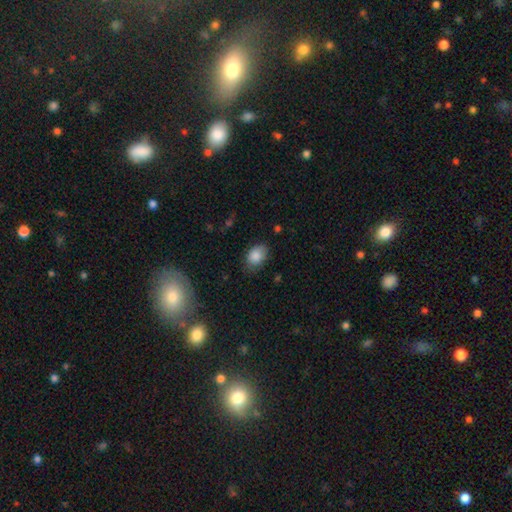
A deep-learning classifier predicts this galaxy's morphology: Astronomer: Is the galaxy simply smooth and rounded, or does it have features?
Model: smooth — 86%.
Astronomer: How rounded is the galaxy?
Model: in between — 81%.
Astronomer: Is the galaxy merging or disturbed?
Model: none — 72%.